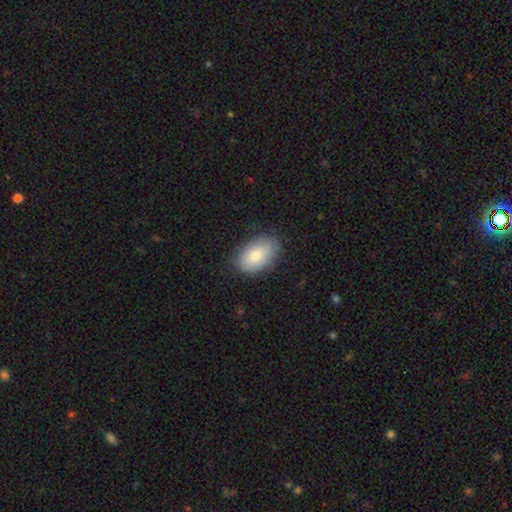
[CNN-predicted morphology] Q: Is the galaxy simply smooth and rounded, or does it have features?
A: smooth — 80%.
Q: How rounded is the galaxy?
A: in between — 92%.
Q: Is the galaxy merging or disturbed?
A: none — 77%.